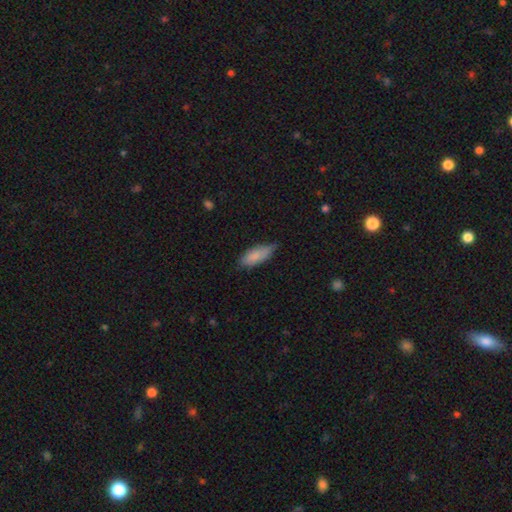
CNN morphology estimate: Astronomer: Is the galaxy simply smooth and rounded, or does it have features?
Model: smooth — 84%.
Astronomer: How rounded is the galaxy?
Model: in between — 78%.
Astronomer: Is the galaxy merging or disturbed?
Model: none — 64%.